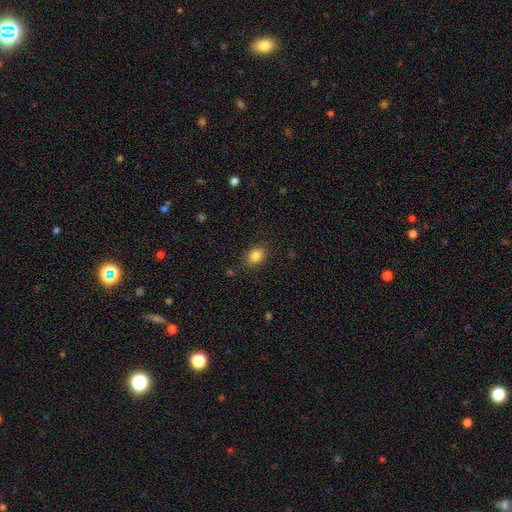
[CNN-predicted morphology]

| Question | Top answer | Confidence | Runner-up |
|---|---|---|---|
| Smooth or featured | smooth | 84% | star or artifact (10%) |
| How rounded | in between | 62% | round (37%) |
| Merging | none | 85% | minor disturbance (11%) |